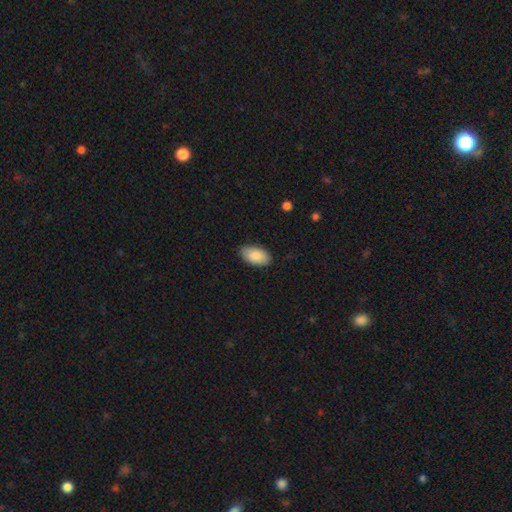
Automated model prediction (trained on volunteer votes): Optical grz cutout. It shows a smooth galaxy with no disk features (88%) that is in between round and cigar-shaped (95%). Merging: none (84%).